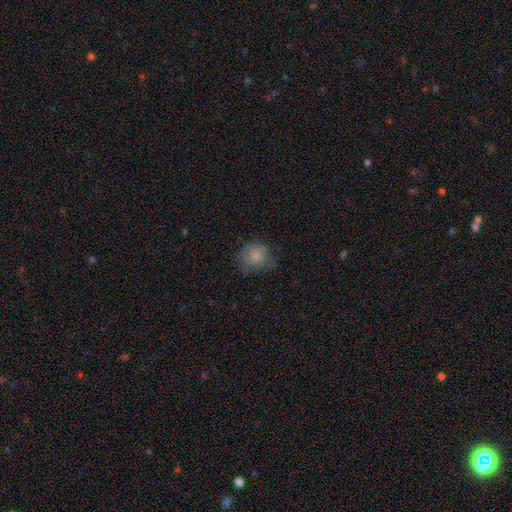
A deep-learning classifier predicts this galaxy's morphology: Smooth or featured? smooth (77%)
How rounded? round (73%)
Merging? none (56%)